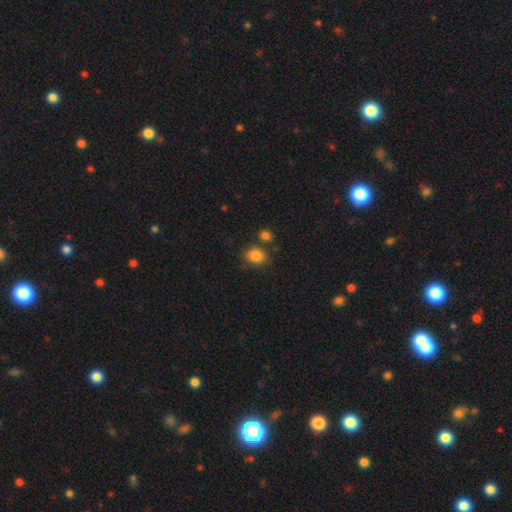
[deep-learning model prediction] Smooth or featured? Predicted: smooth (p=0.84). How rounded? Predicted: round (p=0.51). Merging? Predicted: none (p=0.70).